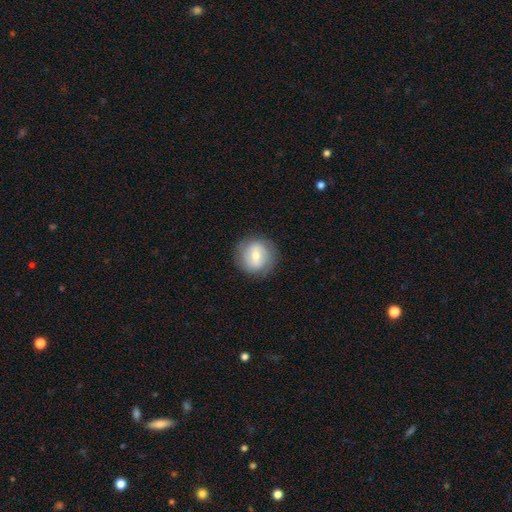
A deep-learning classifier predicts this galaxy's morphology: Smooth or featured: smooth — 51% (featured or disk — 41%)
How rounded: round — 87% (in between — 12%)
Merging: none — 84% (minor disturbance — 11%)